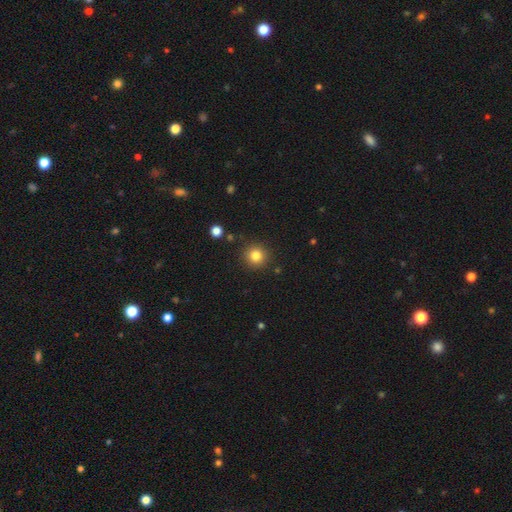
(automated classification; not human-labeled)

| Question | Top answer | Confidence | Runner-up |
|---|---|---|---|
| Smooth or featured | smooth | 83% | star or artifact (12%) |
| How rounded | round | 94% | in between (6%) |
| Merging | none | 89% | minor disturbance (6%) |